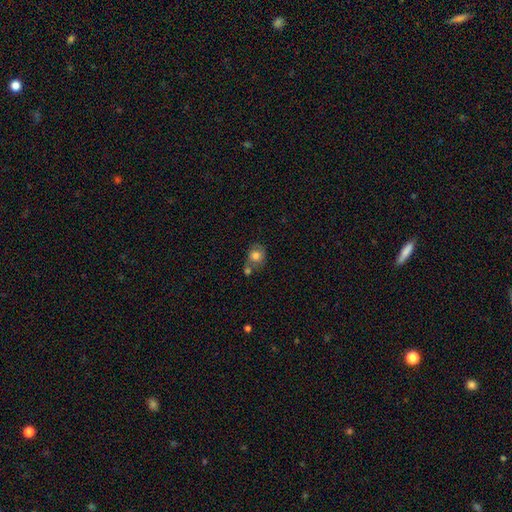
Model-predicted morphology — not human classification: This is likely a smooth galaxy (77%). How rounded: likely round (69%). Merging: marginally none (45%).